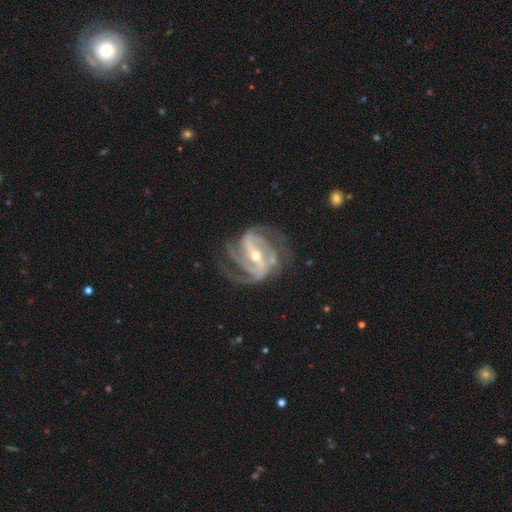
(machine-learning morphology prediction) A featured or disk galaxy (92%) with a strong bar (68%), 3 (44%) medium (50%) spiral arms (98%) and a small central bulge (52%). Merging: none (66%).